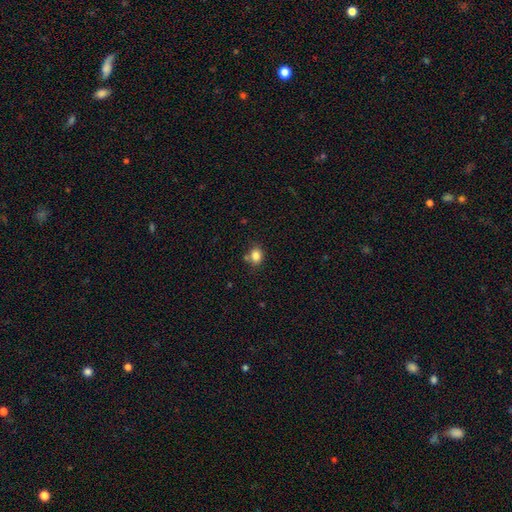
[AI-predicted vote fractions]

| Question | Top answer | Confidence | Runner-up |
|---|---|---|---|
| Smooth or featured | smooth | 83% | star or artifact (11%) |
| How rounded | round | 50% | in between (49%) |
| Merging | none | 69% | minor disturbance (15%) |